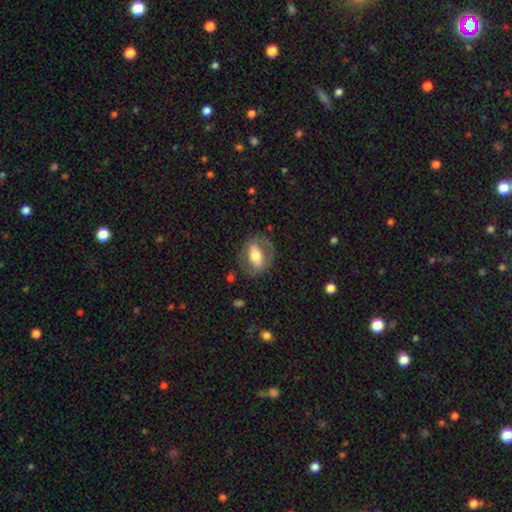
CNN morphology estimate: smooth_or_featured: featured or disk (p=0.47) [alt: smooth p=0.46]
merging: none (p=0.73) [alt: minor disturbance p=0.15]